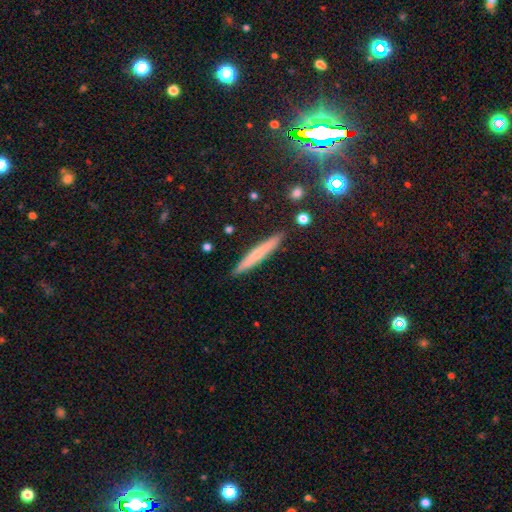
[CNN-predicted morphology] Smooth or featured?
  - smooth: 58% *
  - featured or disk: 35%
  - star or artifact: 8%
How rounded?
  - cigar-shaped: 95% *
  - in between: 3%
  - round: 1%
Merging?
  - none: 90% *
  - minor disturbance: 7%
  - major disturbance: 1%
  - merger: 1%